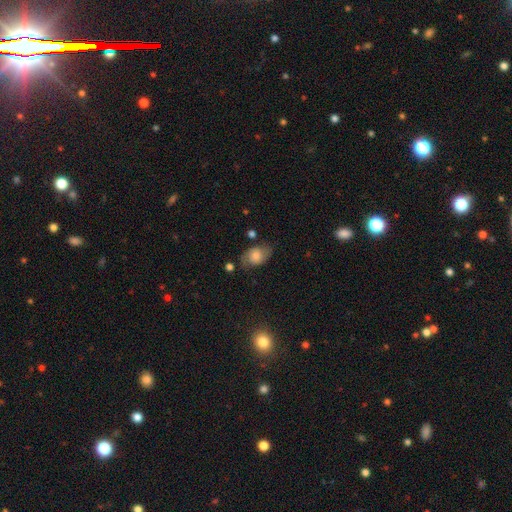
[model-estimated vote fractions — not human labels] A featured or disk galaxy (46%). Merging: none (67%).